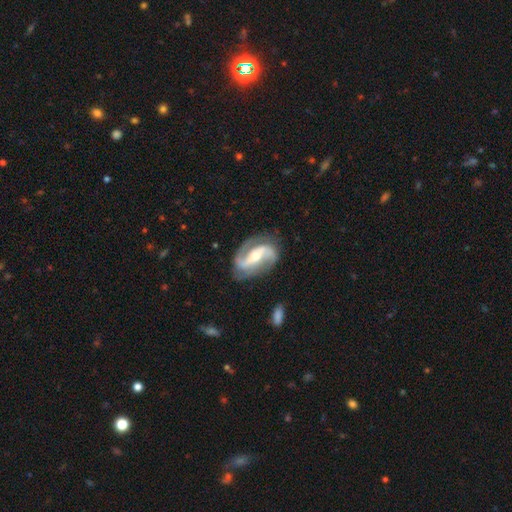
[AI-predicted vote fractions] Smooth or featured?
  - featured or disk: 90% *
  - smooth: 5%
  - star or artifact: 4%
Edge-on disk?
  - no: 97% *
  - yes: 3%
Bar?
  - strong: 47% *
  - weak: 31%
  - no: 21%
Spiral arms?
  - yes: 97% *
  - no: 3%
Spiral winding?
  - medium: 48% *
  - loose: 34%
  - tight: 18%
Spiral arm count?
  - 2: 90% *
  - 3: 3%
  - can't tell: 3%
  - 1: 2%
  - 4: 1%
  - more than 4: 1%
Bulge size?
  - moderate: 59% *
  - small: 35%
  - large: 4%
  - none: 1%
  - dominant: 1%
Merging?
  - none: 77% *
  - minor disturbance: 15%
  - major disturbance: 6%
  - merger: 2%